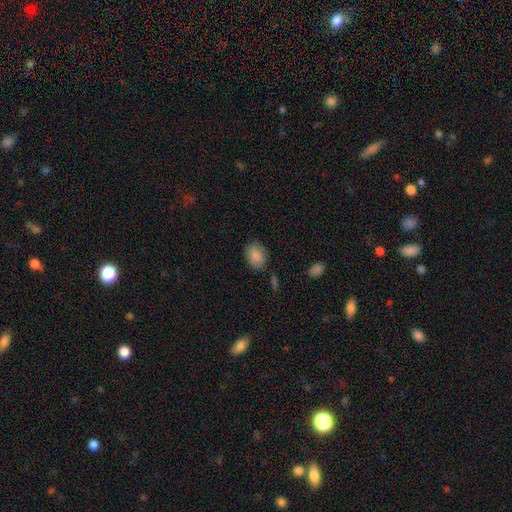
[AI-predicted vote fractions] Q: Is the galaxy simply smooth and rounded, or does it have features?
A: smooth — 87%.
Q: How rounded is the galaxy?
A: in between — 70%.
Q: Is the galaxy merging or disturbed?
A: none — 80%.